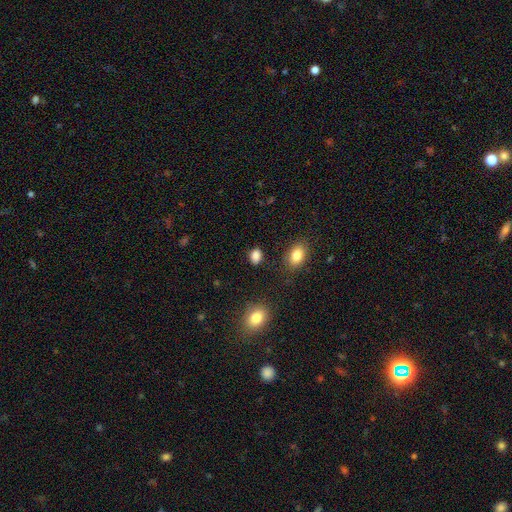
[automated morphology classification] This appears to be a smooth galaxy with no disk features (86%) that is in between round and cigar-shaped (72%). Merging: none (82%).